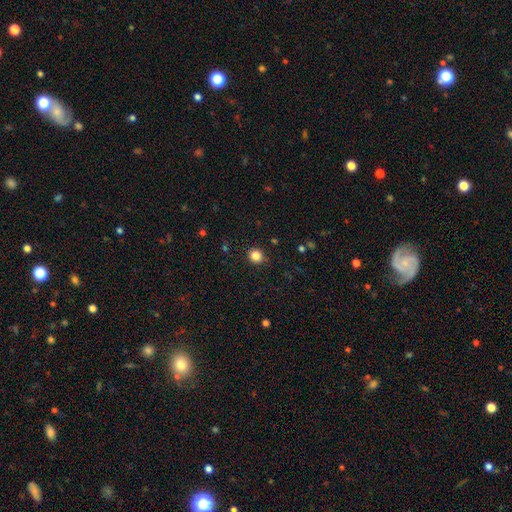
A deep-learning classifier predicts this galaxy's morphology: smooth_or_featured: smooth (p=0.84) [alt: star or artifact p=0.12]
how_rounded: round (p=0.85) [alt: in between p=0.14]
merging: none (p=0.89) [alt: minor disturbance p=0.08]